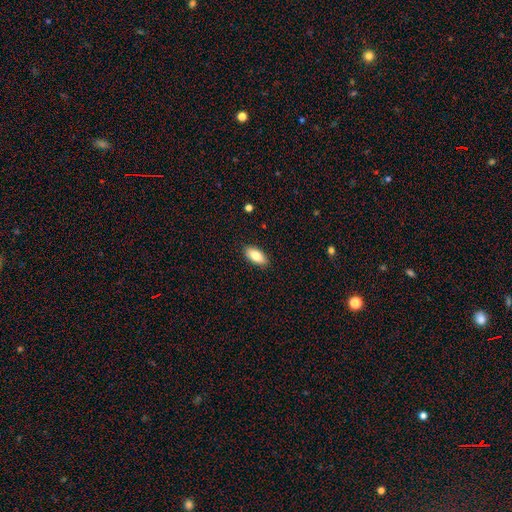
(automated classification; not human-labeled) The model was most divided on "smooth or featured": smooth: 84%, featured or disk: 10%, star or artifact: 7%. More confident: how rounded — in between (91%); merging — none (89%).